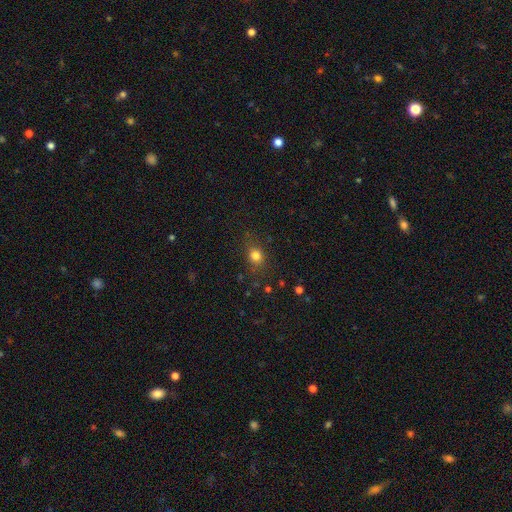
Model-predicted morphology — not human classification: Overall: smooth (79%). How rounded: round (64%; in between 34%). Merging: none (79%).